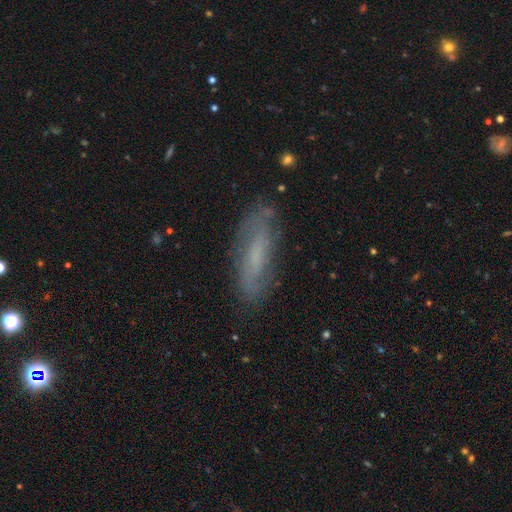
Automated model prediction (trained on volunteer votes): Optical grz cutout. It shows a featured or disk galaxy (46%). Merging: none (79%).